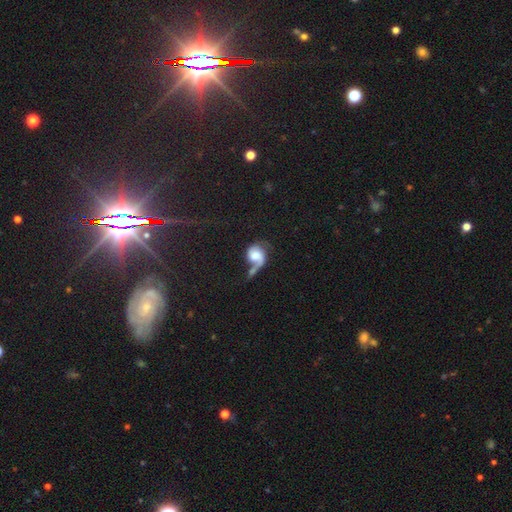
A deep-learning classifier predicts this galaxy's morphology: The model was most divided on "merging": major disturbance: 33%, none: 25%, merger: 25%, minor disturbance: 17%. Remaining: edge-on disk — no (97%); spiral arms — yes (83%); bar — no (69%); smooth or featured — featured or disk (58%); bulge size — large (36%).